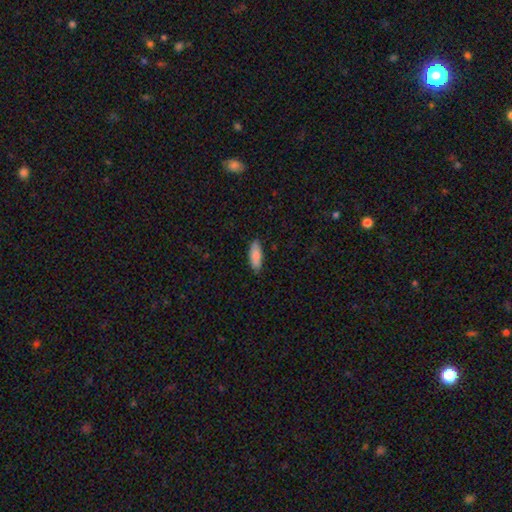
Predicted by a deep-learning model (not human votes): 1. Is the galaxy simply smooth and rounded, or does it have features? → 85% smooth, 10% featured or disk, 6% star or artifact.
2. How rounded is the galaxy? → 69% in between, 29% cigar-shaped, 2% round.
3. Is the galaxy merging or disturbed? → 86% none, 11% minor disturbance, 2% major disturbance, 1% merger.